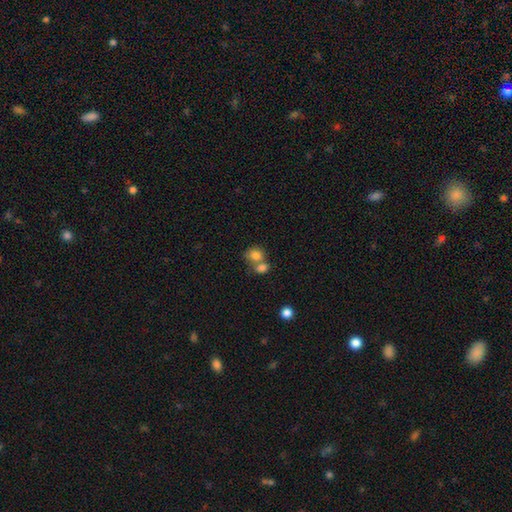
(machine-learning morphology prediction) This appears to be a smooth galaxy with no disk features (80%) that is round (60%). Merging: merger (54%).